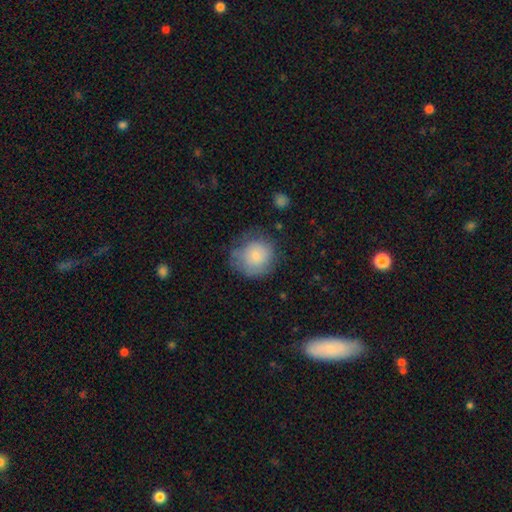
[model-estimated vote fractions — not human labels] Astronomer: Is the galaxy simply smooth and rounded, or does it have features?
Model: smooth — 75%.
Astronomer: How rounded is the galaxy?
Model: round — 87%.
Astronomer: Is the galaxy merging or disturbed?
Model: none — 60%.